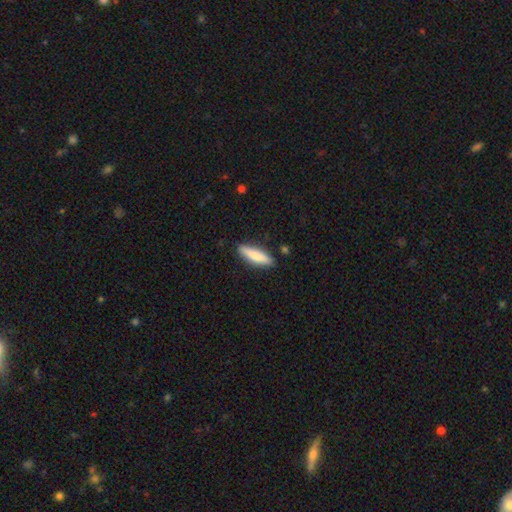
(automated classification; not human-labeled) Smooth or featured? Predicted: smooth (p=0.79). How rounded? Predicted: cigar-shaped (p=0.70). Merging? Predicted: none (p=0.87).